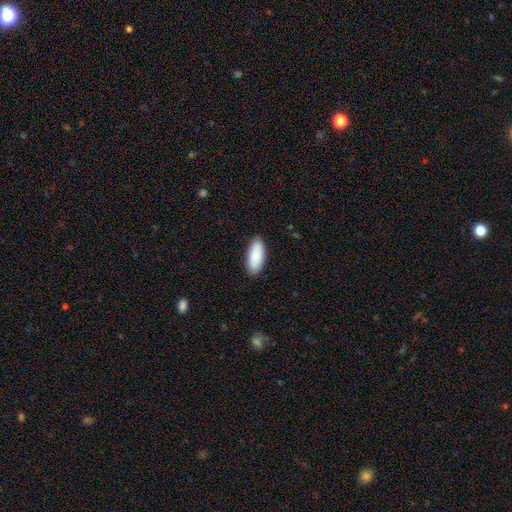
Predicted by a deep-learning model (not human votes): smooth_or_featured: smooth (p=0.88) [alt: featured or disk p=0.07]
how_rounded: in between (p=0.85) [alt: cigar-shaped p=0.13]
merging: none (p=0.88) [alt: minor disturbance p=0.09]